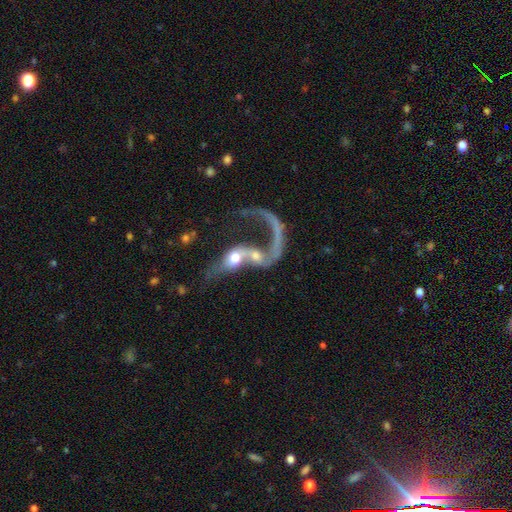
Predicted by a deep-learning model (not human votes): Smooth or featured? featured or disk (64%)
Edge-on disk? no (93%)
Bar? no (69%)
Spiral arms? yes (58%)
Bulge size? moderate (49%)
Merging? merger (68%)